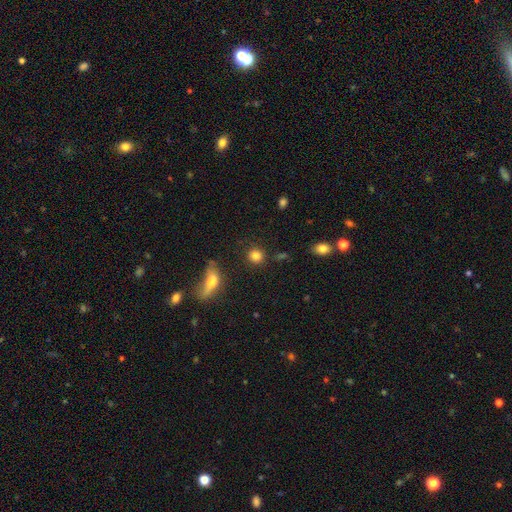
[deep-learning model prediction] smooth-or-featured: smooth: 83% | star or artifact: 11% | featured or disk: 6%
  how-rounded: round: 84% | in between: 14% | cigar-shaped: 2%
  merging: none: 84% | minor disturbance: 8% | merger: 4% | major disturbance: 4%